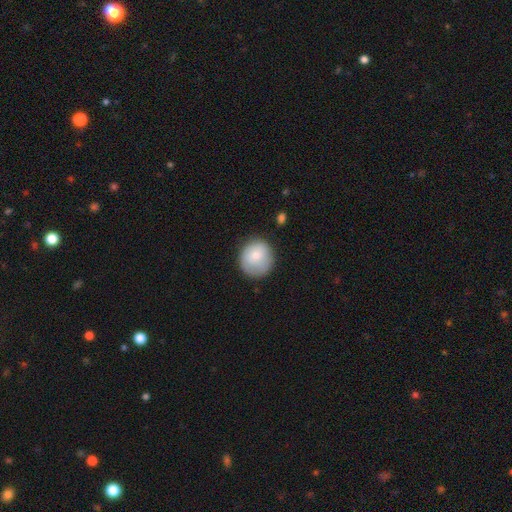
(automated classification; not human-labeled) Smooth or featured?
  - smooth: 75% *
  - featured or disk: 19%
  - star or artifact: 7%
How rounded?
  - round: 88% *
  - in between: 11%
  - cigar-shaped: 1%
Merging?
  - none: 76% *
  - minor disturbance: 17%
  - major disturbance: 5%
  - merger: 2%